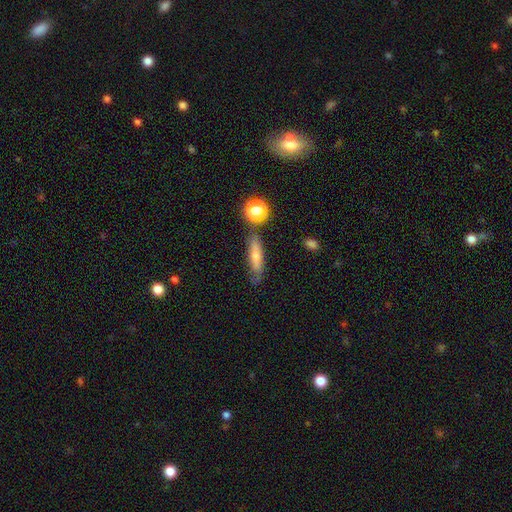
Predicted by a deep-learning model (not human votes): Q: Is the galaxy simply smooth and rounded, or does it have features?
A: smooth — 66%.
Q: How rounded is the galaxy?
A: cigar-shaped — 68%.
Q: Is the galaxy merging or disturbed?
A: none — 67%.